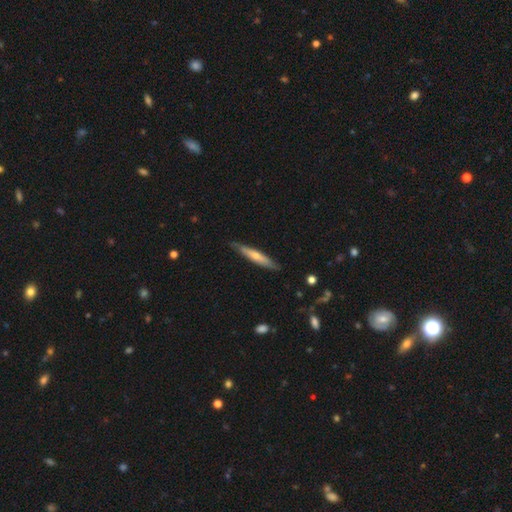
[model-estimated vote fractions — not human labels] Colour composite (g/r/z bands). It shows a smooth galaxy with no disk features (51%) that is cigar-shaped (91%). Merging: none (83%).